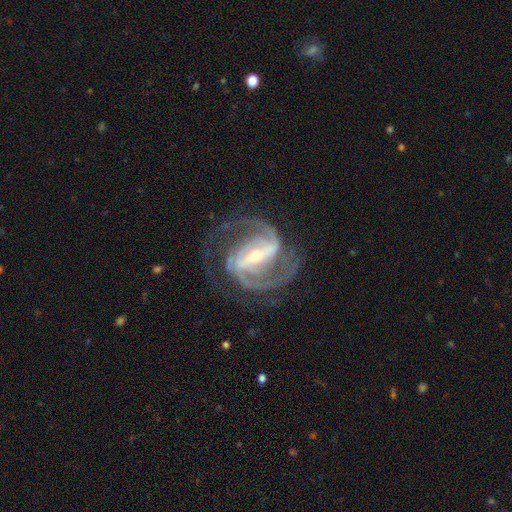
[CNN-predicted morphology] A featured or disk galaxy (93%) with a strong bar (68%), 2 (71%) medium (59%) spiral arms (98%) and a small central bulge (61%). Merging: none (72%).